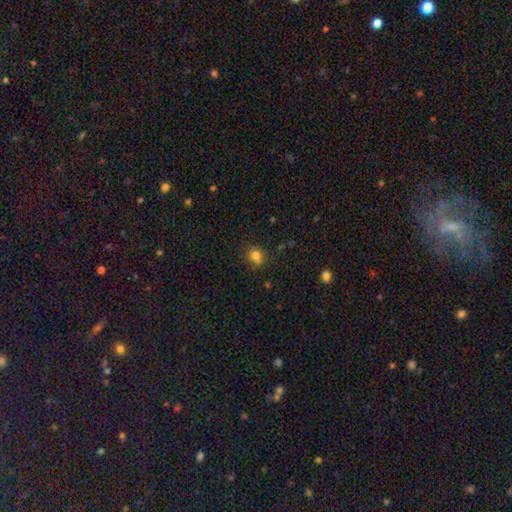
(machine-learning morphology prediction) A smooth galaxy with no disk features (80%) that is round (80%). Merging: none (77%).